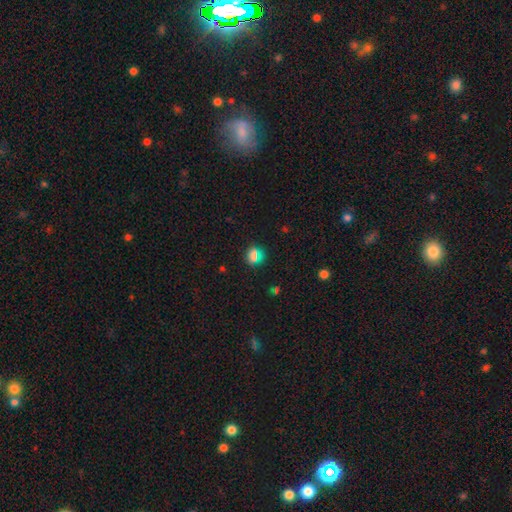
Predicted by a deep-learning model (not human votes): A smooth galaxy with no disk features (67%) that is round (83%).

Vote fractions:
- Smooth or featured? smooth: 67% / star or artifact: 26% / featured or disk: 7%
- How rounded? round: 83% / in between: 15% / cigar-shaped: 2%
- Merging? none: 87% / minor disturbance: 8% / major disturbance: 3% / merger: 2%